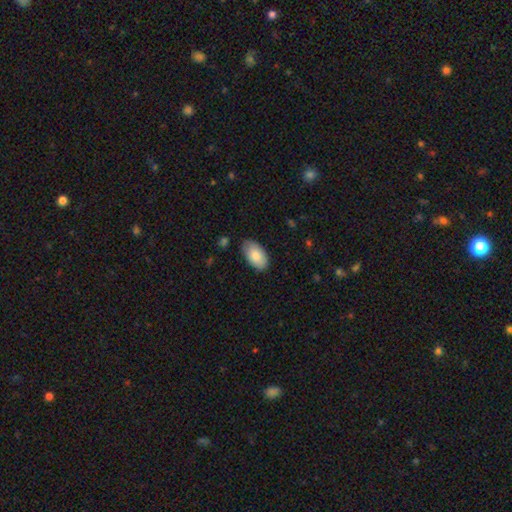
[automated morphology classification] smooth 83%, featured or disk 12%, star or artifact 6%. Down the decision tree: how rounded — in between (95%); merging — none (81%).